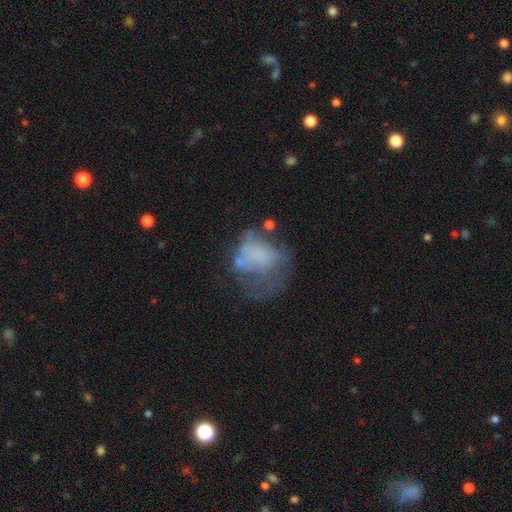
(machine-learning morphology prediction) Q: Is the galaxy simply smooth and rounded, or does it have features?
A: featured or disk — 47%.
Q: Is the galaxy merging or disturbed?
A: major disturbance — 44%.